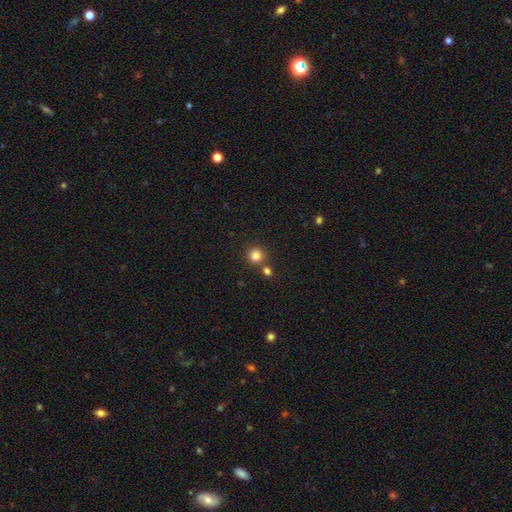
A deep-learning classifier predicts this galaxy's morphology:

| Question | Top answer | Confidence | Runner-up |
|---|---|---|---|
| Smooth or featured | smooth | 82% | star or artifact (12%) |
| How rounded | round | 92% | in between (8%) |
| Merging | none | 74% | merger (16%) |